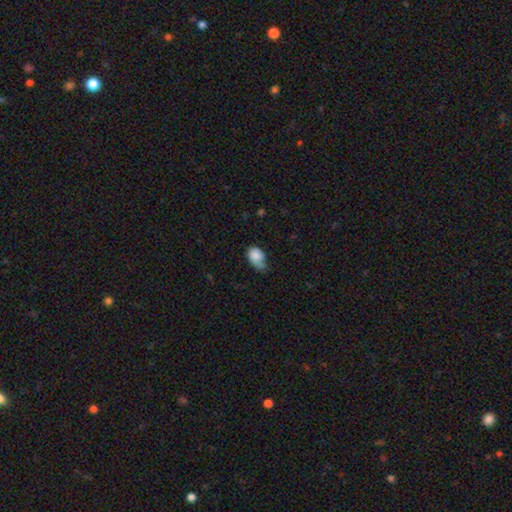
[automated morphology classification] This is likely a smooth galaxy (77%). How rounded: likely in between (80%). Merging: marginally minor disturbance (39%).